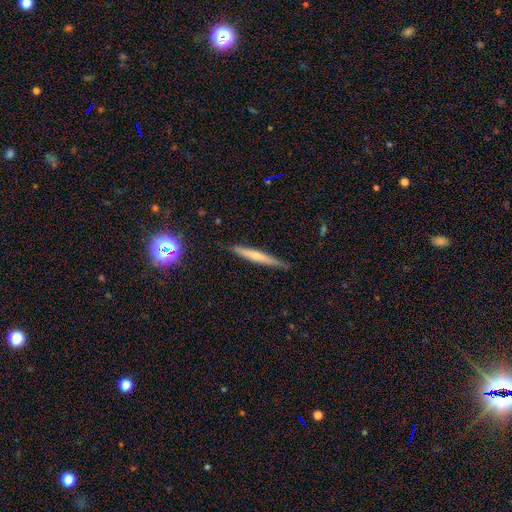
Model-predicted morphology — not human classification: A smooth galaxy with no disk features (46%, tied with featured or disk). Merging: none (86%).